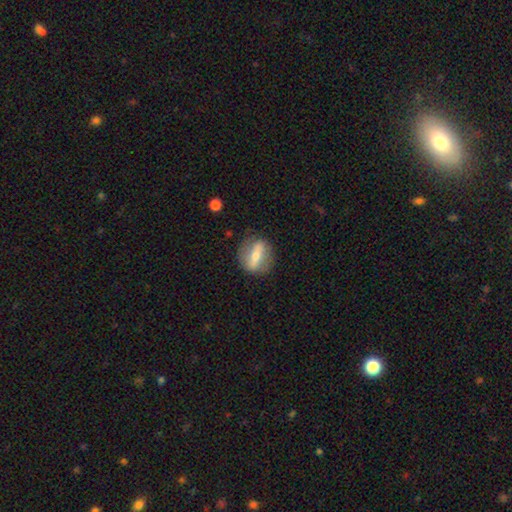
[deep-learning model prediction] Overall: featured or disk (56%; smooth 37%). Edge-on disk: no (73%). Merging: none (78%).